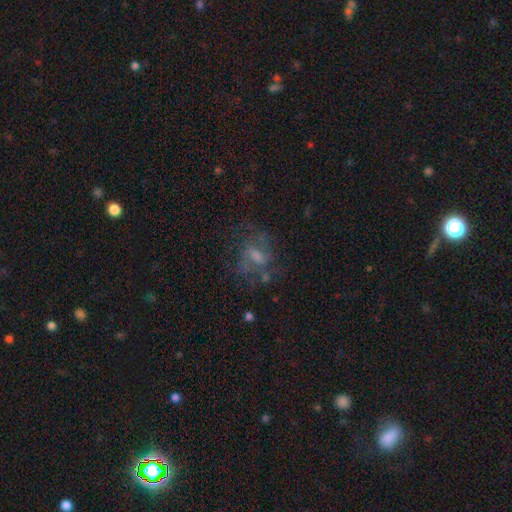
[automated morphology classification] Smooth or featured? Predicted: featured or disk (p=0.50). Edge-on disk? Predicted: no (p=0.95). Merging? Predicted: none (p=0.49).